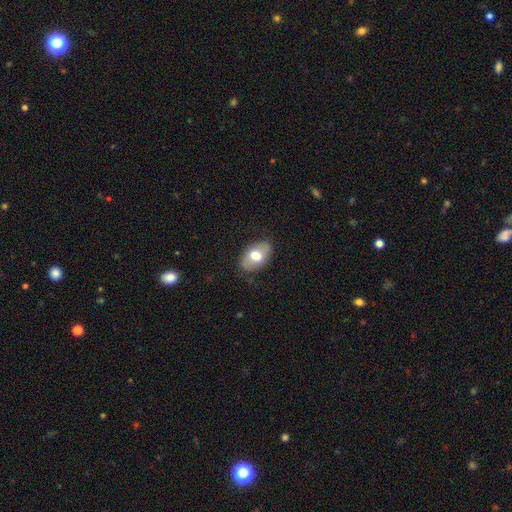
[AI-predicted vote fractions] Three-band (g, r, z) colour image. It shows a smooth galaxy with no disk features (65%) that is in between round and cigar-shaped (89%). Merging: none (75%).